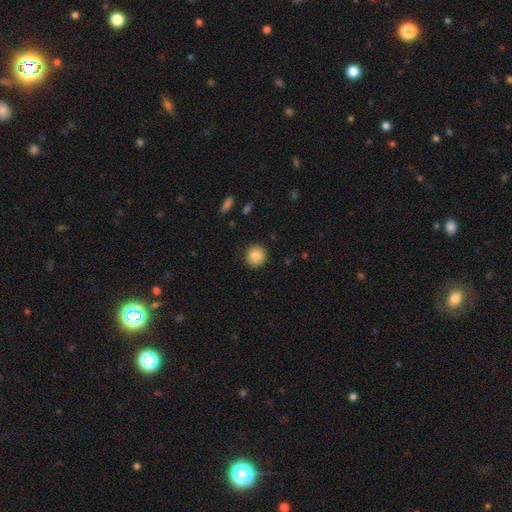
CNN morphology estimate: smooth_or_featured: smooth (p=0.87) [alt: star or artifact p=0.09]
how_rounded: round (p=0.93) [alt: in between p=0.06]
merging: none (p=0.91) [alt: minor disturbance p=0.06]